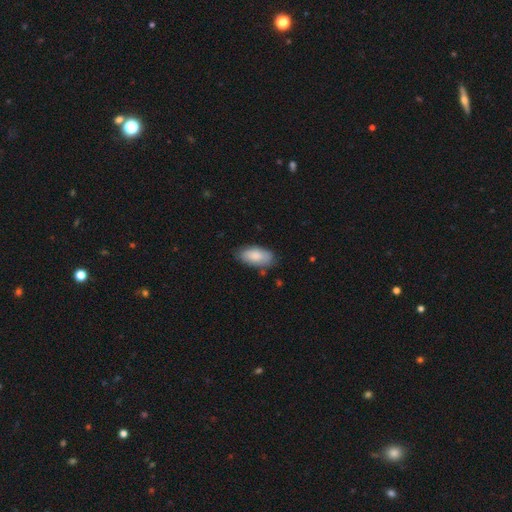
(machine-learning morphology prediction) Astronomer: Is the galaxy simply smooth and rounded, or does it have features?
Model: smooth — 81%.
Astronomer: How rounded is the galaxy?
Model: in between — 92%.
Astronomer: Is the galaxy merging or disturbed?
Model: none — 74%.